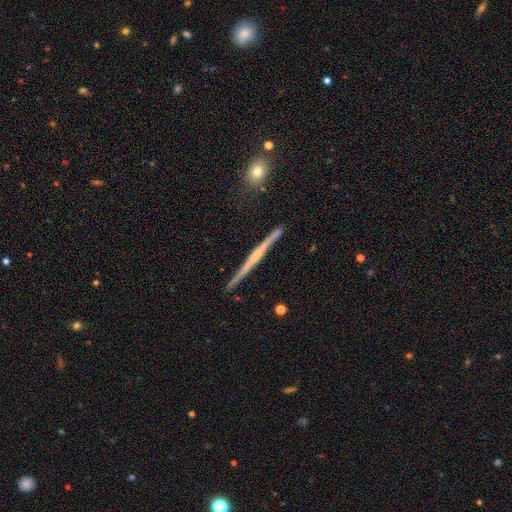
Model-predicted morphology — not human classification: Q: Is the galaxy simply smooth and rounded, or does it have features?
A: featured or disk — 76%.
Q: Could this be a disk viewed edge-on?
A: yes — 98%.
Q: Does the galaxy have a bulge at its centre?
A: rounded — 46%.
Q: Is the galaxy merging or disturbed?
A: none — 89%.